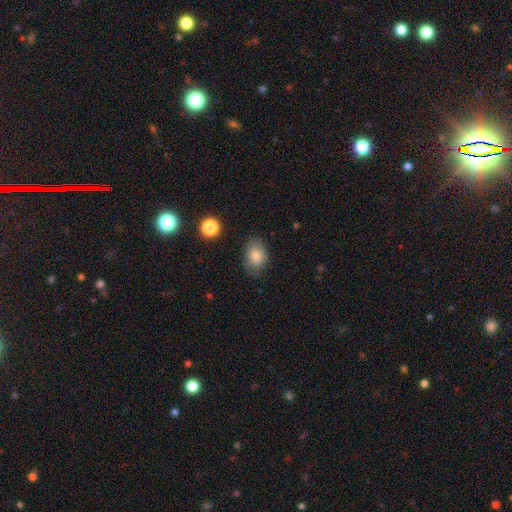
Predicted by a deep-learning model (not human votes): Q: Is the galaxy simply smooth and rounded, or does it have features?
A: smooth — 81%.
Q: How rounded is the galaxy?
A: in between — 77%.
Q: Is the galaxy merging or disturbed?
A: none — 73%.